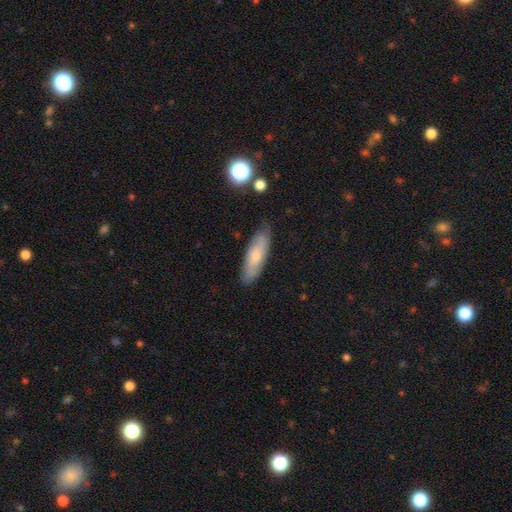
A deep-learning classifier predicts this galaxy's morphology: Overall: smooth (60%; featured or disk 33%). How rounded: cigar-shaped (50%; in between 48%). Merging: none (81%).